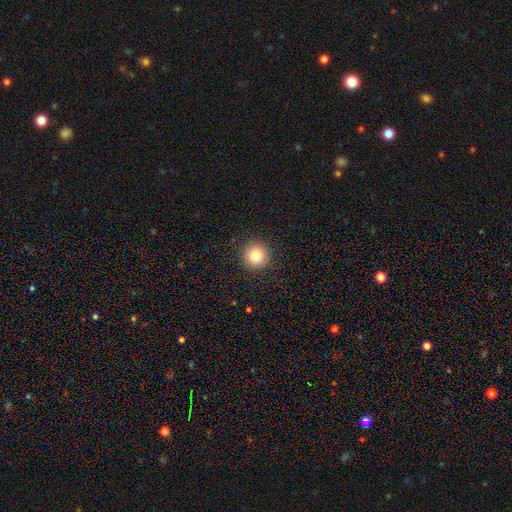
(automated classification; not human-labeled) Q: Smooth or featured?
A: smooth (82%); runner-up: star or artifact (11%)
Q: How rounded?
A: round (95%); runner-up: in between (4%)
Q: Merging?
A: none (92%); runner-up: minor disturbance (5%)